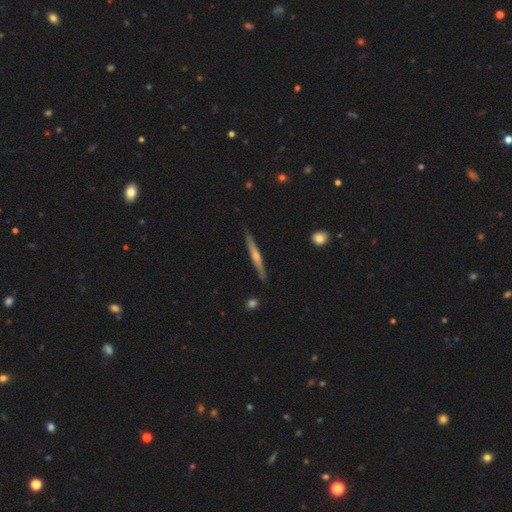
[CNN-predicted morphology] Smooth or featured?
  - featured or disk: 68% *
  - smooth: 27%
  - star or artifact: 6%
Edge-on disk?
  - yes: 97% *
  - no: 3%
Edge-on bulge?
  - rounded: 74% *
  - none: 22%
  - boxy: 4%
Merging?
  - none: 89% *
  - minor disturbance: 8%
  - major disturbance: 1%
  - merger: 1%